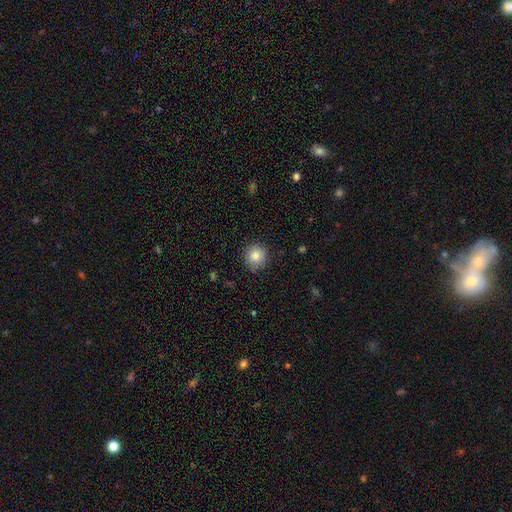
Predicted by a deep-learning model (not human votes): smooth 85%, star or artifact 9%, featured or disk 5%. Down the decision tree: how rounded — round (92%); merging — none (85%).